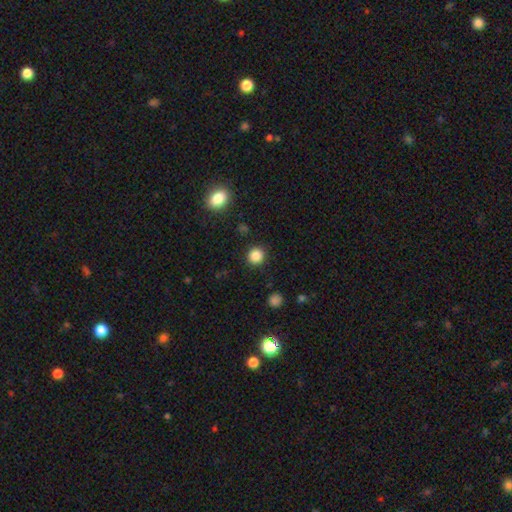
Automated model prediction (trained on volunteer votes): This appears to be a smooth galaxy with no disk features (85%) that is round (91%). Merging: none (90%).